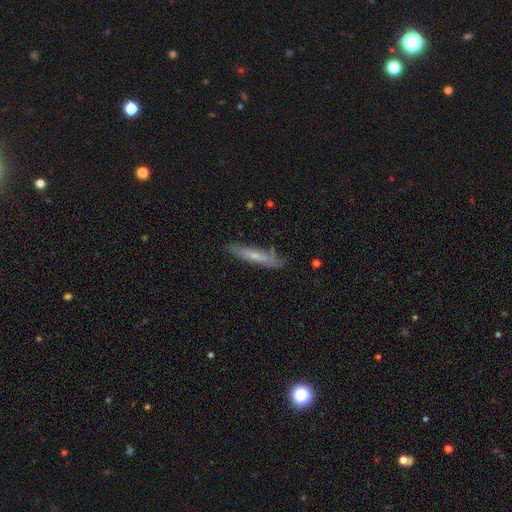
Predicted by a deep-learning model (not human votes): Smooth or featured: smooth — 49% (featured or disk — 44%)
Merging: none — 78% (minor disturbance — 17%)